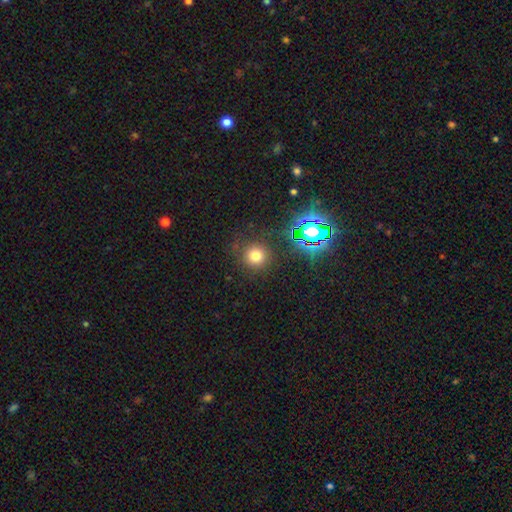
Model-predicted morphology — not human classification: Overall: smooth (71%). How rounded: round (92%). Merging: none (84%).